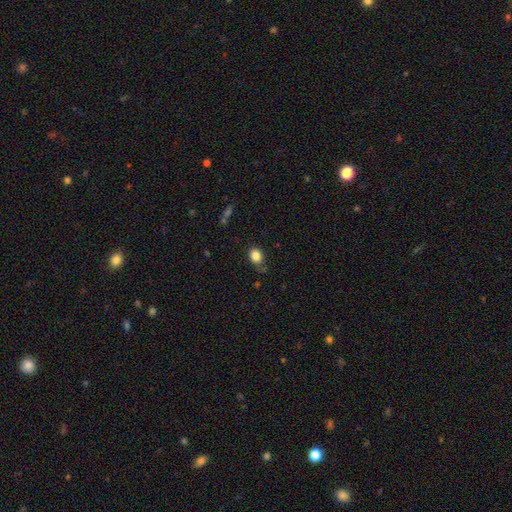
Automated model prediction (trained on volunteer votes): smooth-or-featured: smooth: 84% | star or artifact: 10% | featured or disk: 5%
  how-rounded: in between: 52% | round: 47% | cigar-shaped: 1%
  merging: none: 70% | minor disturbance: 22% | major disturbance: 5% | merger: 3%